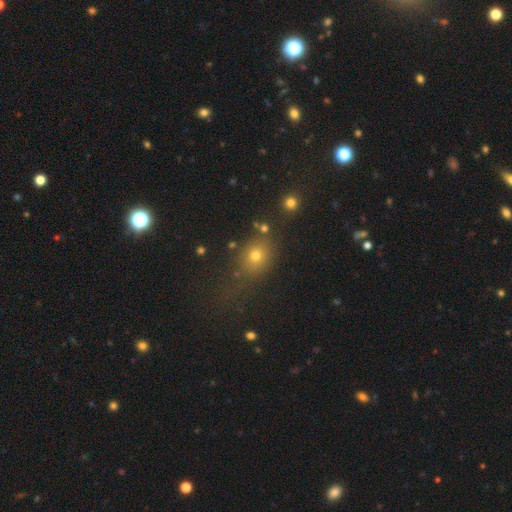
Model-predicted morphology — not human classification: Smooth or featured? smooth (68%)
How rounded? round (59%)
Merging? none (65%)